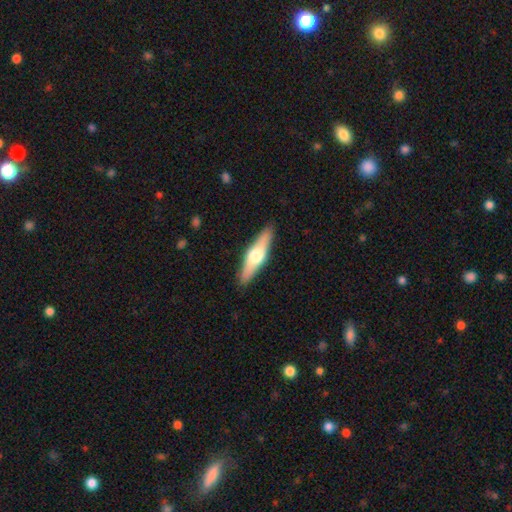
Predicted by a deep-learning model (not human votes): Morphology: type=featured or disk (52%); edge-on=yes (92%); merging=none (89%).